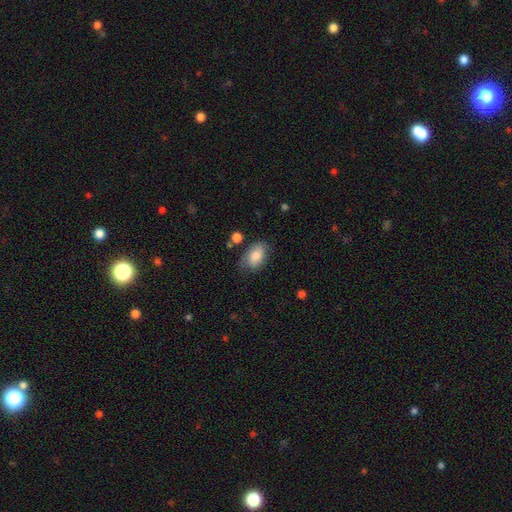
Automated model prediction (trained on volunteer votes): The model was most divided on "merging": none: 67%, minor disturbance: 23%, major disturbance: 7%, merger: 3%. More confident: how rounded — in between (89%); smooth or featured — smooth (80%).